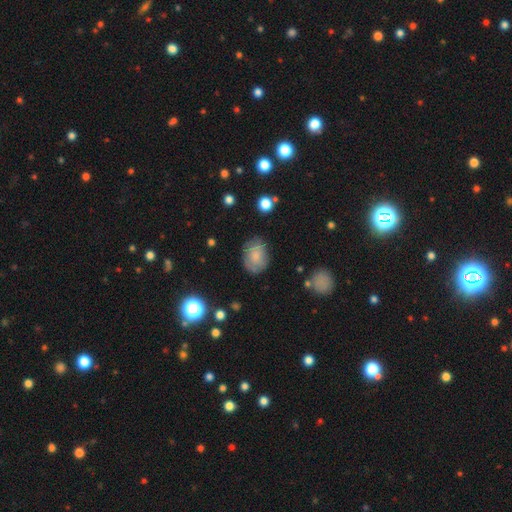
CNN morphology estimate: Smooth or featured?
  - smooth: 70% *
  - featured or disk: 21%
  - star or artifact: 9%
How rounded?
  - in between: 68% *
  - round: 31%
  - cigar-shaped: 1%
Merging?
  - none: 69% *
  - minor disturbance: 22%
  - major disturbance: 7%
  - merger: 2%